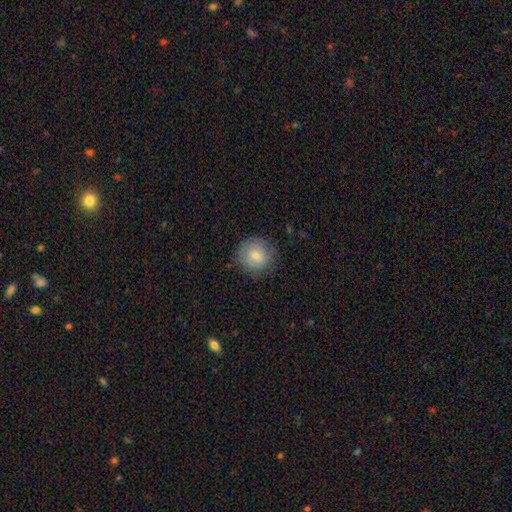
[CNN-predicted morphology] This appears to be a smooth galaxy with no disk features (74%) that is round (87%). Merging: none (79%).